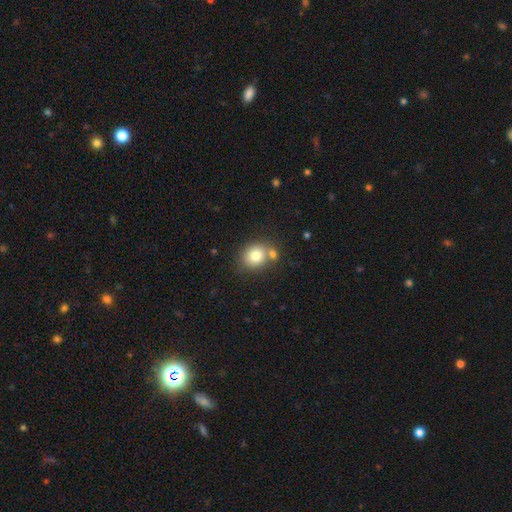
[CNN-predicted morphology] smooth-or-featured: smooth: 79% | featured or disk: 11% | star or artifact: 10%
  how-rounded: round: 71% | in between: 29% | cigar-shaped: 1%
  merging: none: 59% | merger: 25% | minor disturbance: 12% | major disturbance: 4%